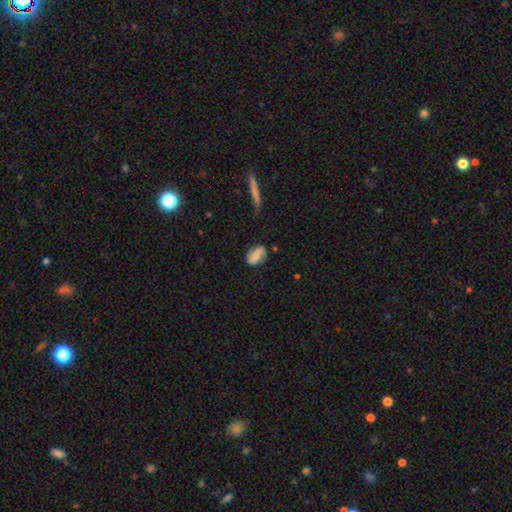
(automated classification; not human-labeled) Smooth or featured? featured or disk (55%)
Edge-on disk? no (96%)
Bar? no (40%)
Spiral arms? yes (90%)
Bulge size? small (33%)
Merging? none (73%)